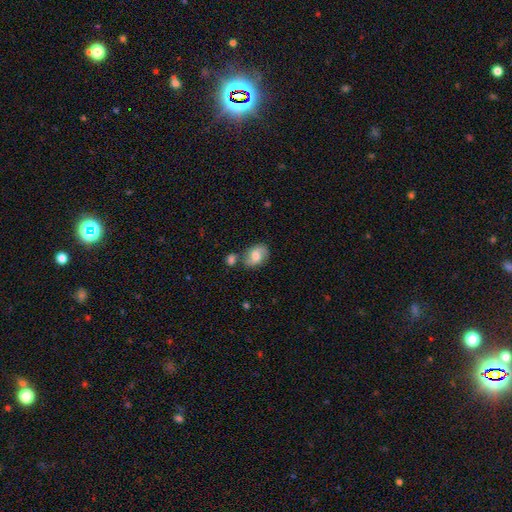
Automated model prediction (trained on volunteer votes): Smooth or featured?
  - featured or disk: 51% *
  - smooth: 40%
  - star or artifact: 9%
Edge-on disk?
  - no: 97% *
  - yes: 3%
Merging?
  - none: 60% *
  - minor disturbance: 18%
  - merger: 17%
  - major disturbance: 6%